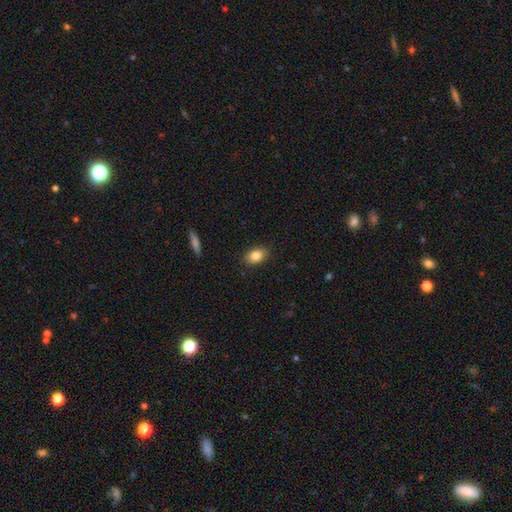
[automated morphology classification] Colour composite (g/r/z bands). It shows a smooth galaxy with no disk features (83%) that is in between round and cigar-shaped (86%). Merging: none (87%).